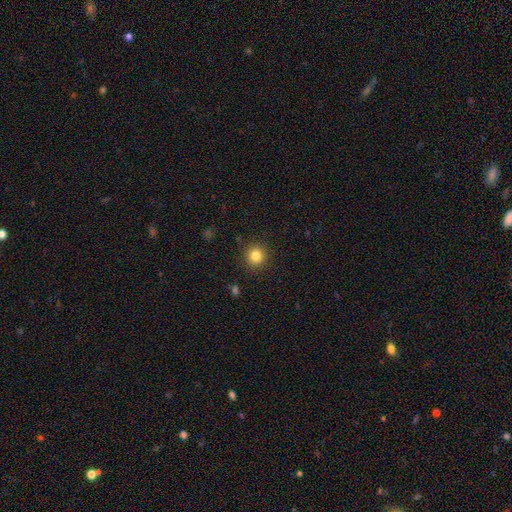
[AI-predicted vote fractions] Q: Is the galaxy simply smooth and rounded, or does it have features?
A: smooth — 83%.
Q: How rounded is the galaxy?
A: round — 91%.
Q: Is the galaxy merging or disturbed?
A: none — 90%.